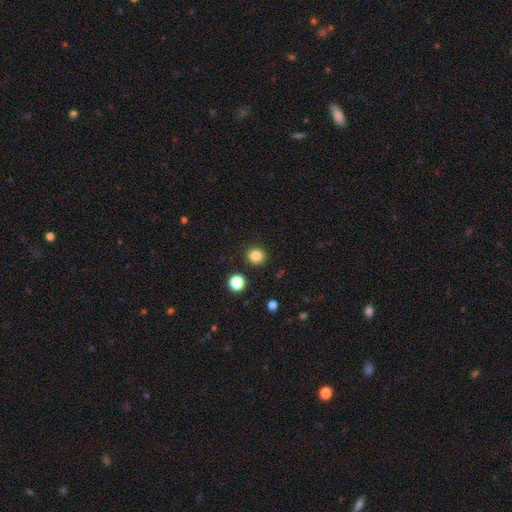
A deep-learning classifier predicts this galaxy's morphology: This appears to be a smooth galaxy with no disk features (84%) that is round (88%). Merging: none (90%).